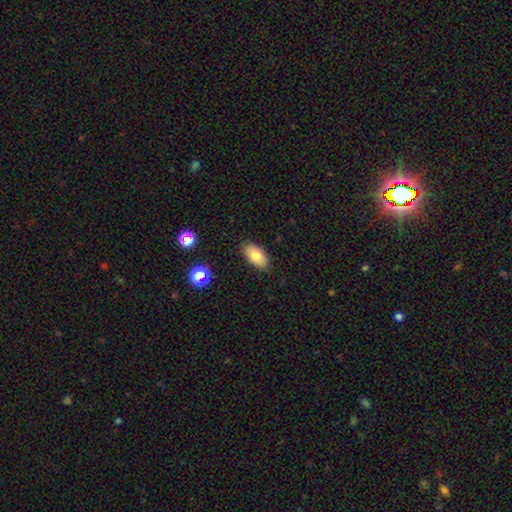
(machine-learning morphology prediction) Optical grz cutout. It shows a smooth galaxy with no disk features (79%) that is in between round and cigar-shaped (93%). Merging: none (86%).